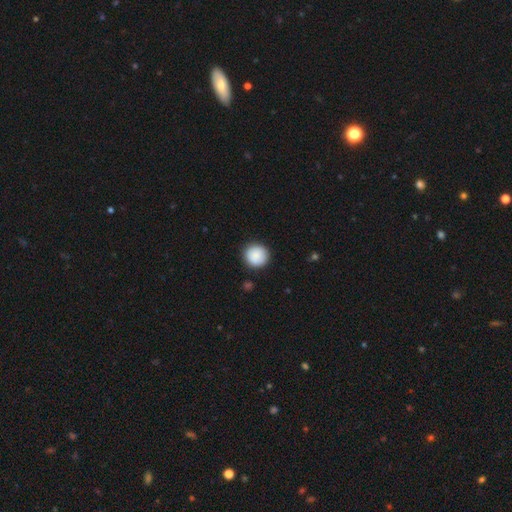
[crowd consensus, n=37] This is clearly a smooth galaxy (95%). How rounded: clearly round (94%). Merging: clearly none (95%).